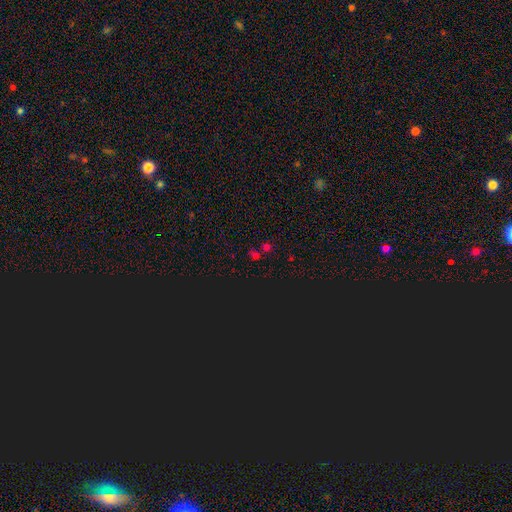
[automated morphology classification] star or artifact 56%, smooth 36%, featured or disk 9%.